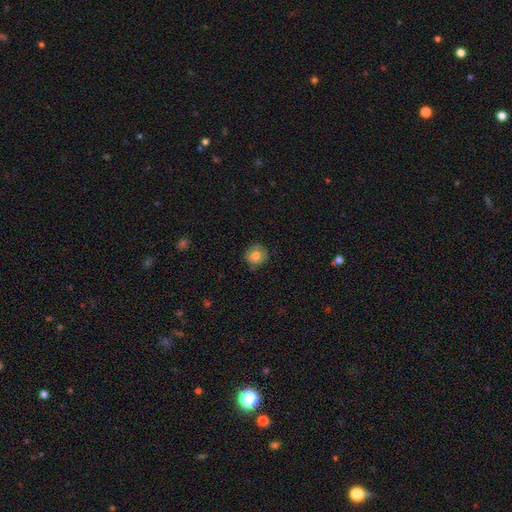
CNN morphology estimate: Smooth or featured? smooth (71%)
How rounded? round (86%)
Merging? none (75%)